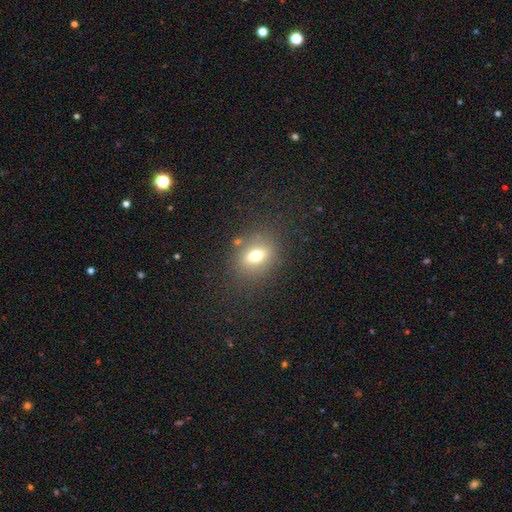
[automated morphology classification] Q: Smooth or featured?
A: smooth (67%); runner-up: featured or disk (19%)
Q: How rounded?
A: in between (55%); runner-up: round (42%)
Q: Merging?
A: none (80%); runner-up: minor disturbance (11%)